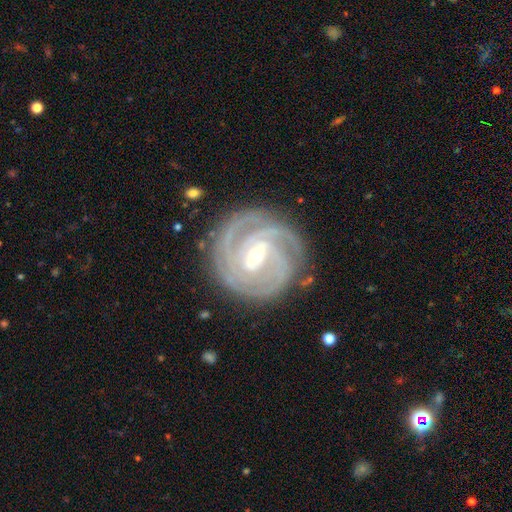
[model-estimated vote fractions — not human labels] featured or disk 92%, star or artifact 4%, smooth 4%. Down the decision tree: edge-on disk — no (97%); bar — weak (45%); spiral arms — yes (98%); spiral arm count — 3 (36%); spiral winding — tight (80%); bulge size — moderate (51%); merging — none (83%).